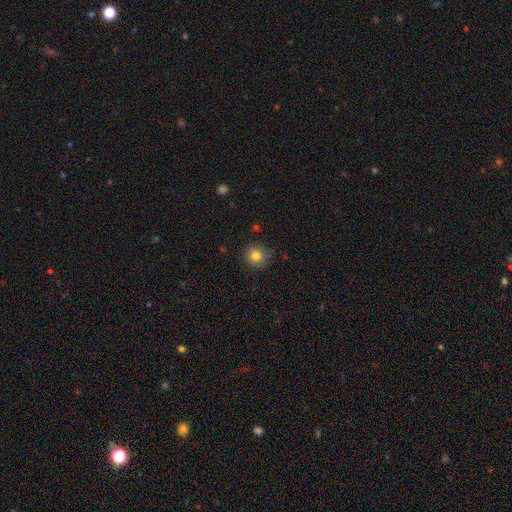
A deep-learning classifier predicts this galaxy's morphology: smooth-or-featured: smooth: 81% | star or artifact: 12% | featured or disk: 7%
  how-rounded: round: 93% | in between: 6% | cigar-shaped: 1%
  merging: none: 87% | minor disturbance: 9% | major disturbance: 2% | merger: 1%